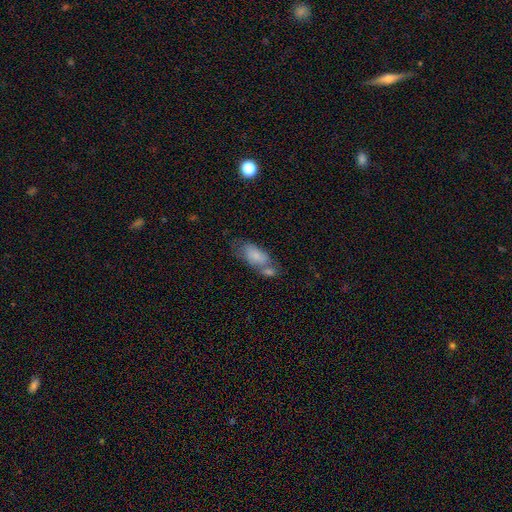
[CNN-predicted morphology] smooth 73%, featured or disk 20%, star or artifact 8%. Down the decision tree: how rounded — in between (87%); merging — merger (46%).